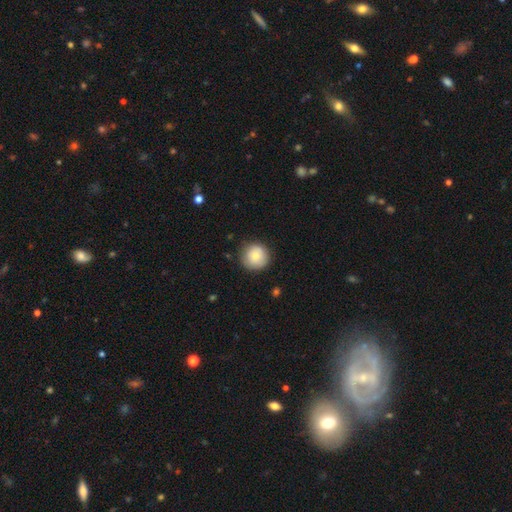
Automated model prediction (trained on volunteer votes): This is likely a smooth galaxy (75%). How rounded: clearly round (95%). Merging: clearly none (84%).